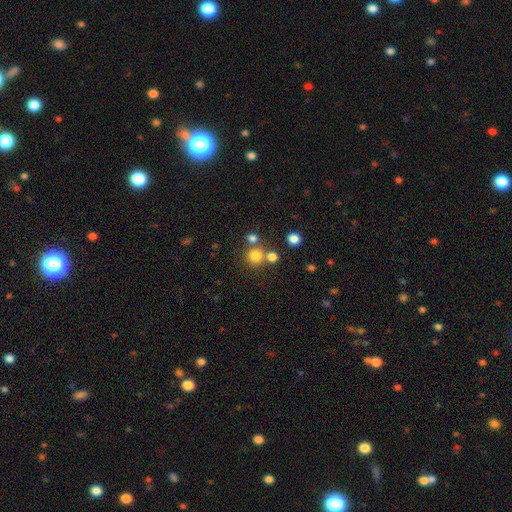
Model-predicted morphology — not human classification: Smooth or featured? smooth (77%)
How rounded? round (91%)
Merging? none (67%)